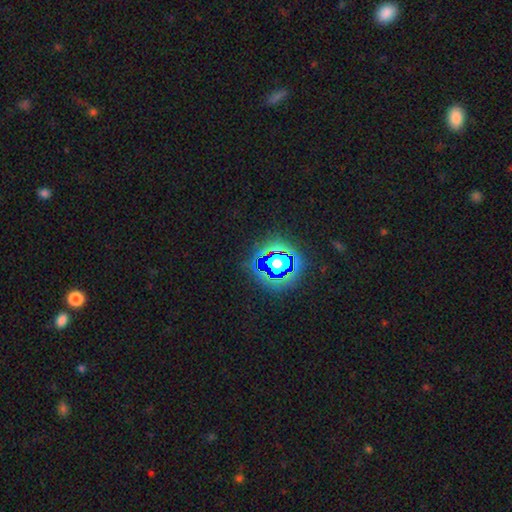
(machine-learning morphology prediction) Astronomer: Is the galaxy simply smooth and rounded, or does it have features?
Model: star or artifact — 83%.